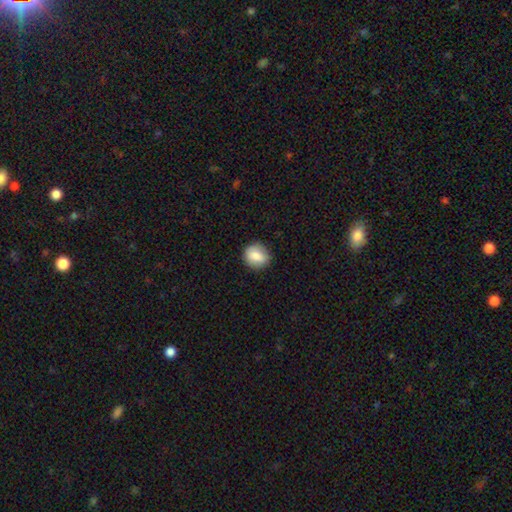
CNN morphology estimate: Smooth or featured: smooth — 82% (featured or disk — 10%)
How rounded: round — 77% (in between — 22%)
Merging: none — 85% (minor disturbance — 11%)